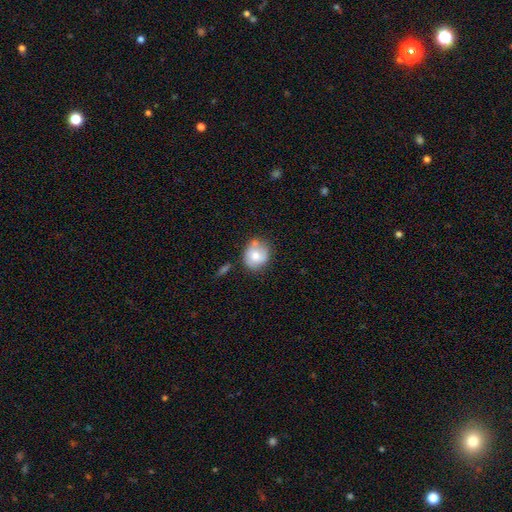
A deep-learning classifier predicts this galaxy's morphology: smooth_or_featured: smooth (p=0.68) [alt: featured or disk p=0.24]
how_rounded: round (p=0.71) [alt: in between p=0.28]
merging: none (p=0.56) [alt: minor disturbance p=0.25]